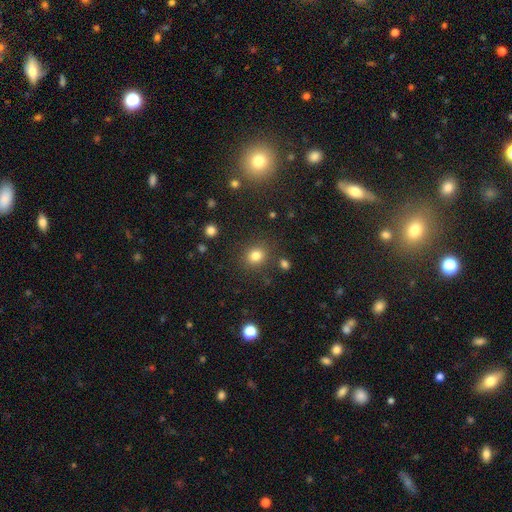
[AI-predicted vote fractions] smooth 81%, star or artifact 13%, featured or disk 6%. Down the decision tree: how rounded — round (78%); merging — none (84%).